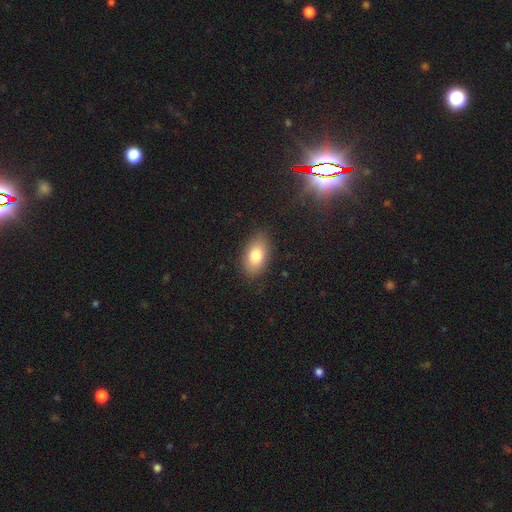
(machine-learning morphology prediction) This is likely a smooth galaxy (79%). How rounded: clearly in between (91%). Merging: clearly none (85%).